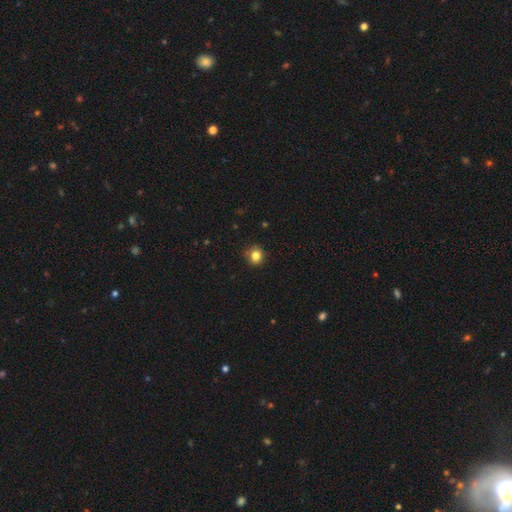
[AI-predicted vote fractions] Overall: smooth (82%). How rounded: round (87%). Merging: none (85%).